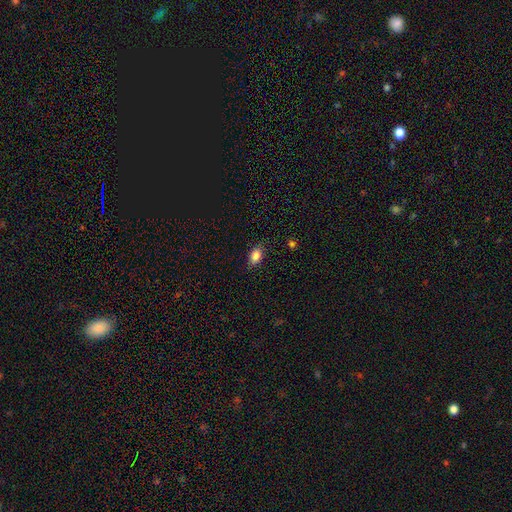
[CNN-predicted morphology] type=smooth (85%); roundness=in between (86%); merging=none (81%).